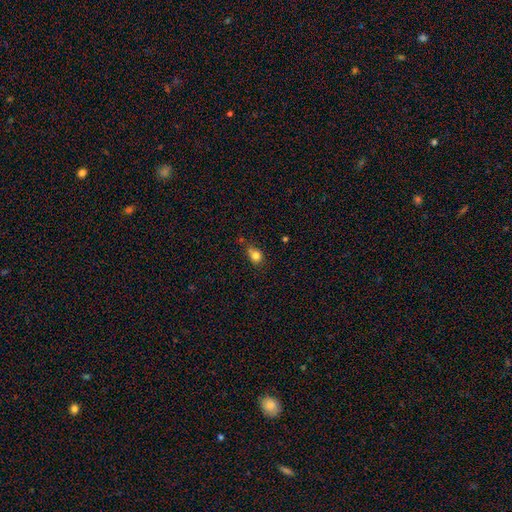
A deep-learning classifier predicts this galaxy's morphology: Overall: smooth (80%). How rounded: round (68%; in between 30%). Merging: none (51%; minor disturbance 25%).